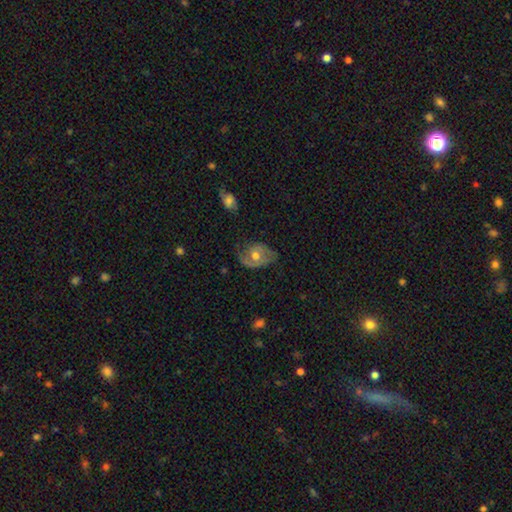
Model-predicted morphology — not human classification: smooth-or-featured: featured or disk: 59% | smooth: 34% | star or artifact: 6%
  disk-edge-on: no: 95% | yes: 5%
    bar: no: 70% | weak: 25% | strong: 5%
    has-spiral-arms: yes: 73% | no: 27%
    bulge-size: moderate: 74% | small: 16% | large: 7% | none: 1% | dominant: 1%
  merging: none: 53% | minor disturbance: 30% | major disturbance: 15% | merger: 2%